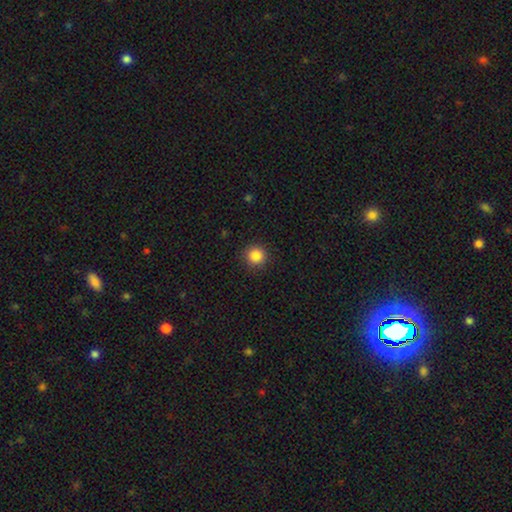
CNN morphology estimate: Smooth or featured: smooth — 86% (star or artifact — 11%)
How rounded: round — 95% (in between — 4%)
Merging: none — 91% (minor disturbance — 6%)